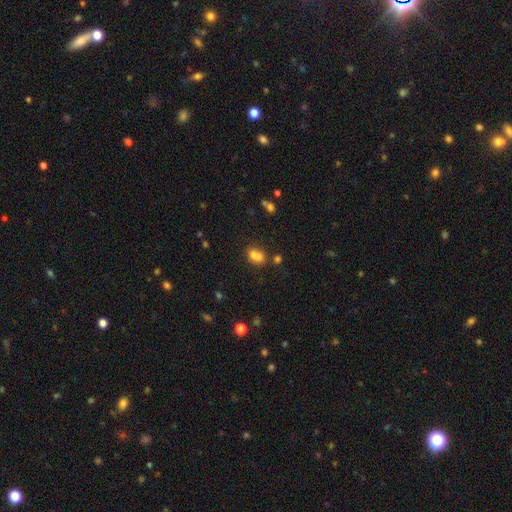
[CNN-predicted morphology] Q: Smooth or featured?
A: smooth (74%); runner-up: featured or disk (13%)
Q: How rounded?
A: in between (62%); runner-up: round (35%)
Q: Merging?
A: merger (47%); runner-up: none (36%)